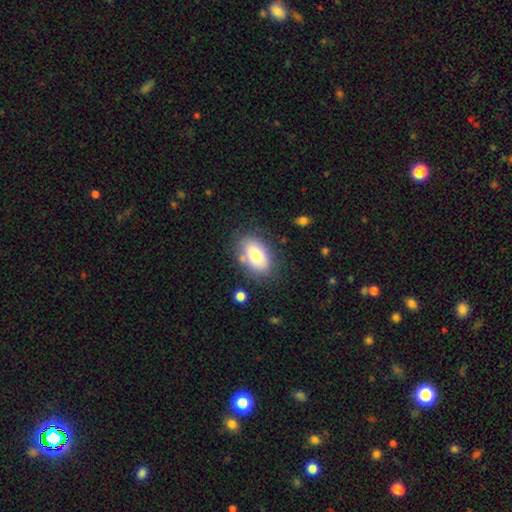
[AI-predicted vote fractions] Smooth or featured?
  - smooth: 76% *
  - featured or disk: 16%
  - star or artifact: 8%
How rounded?
  - in between: 90% *
  - round: 8%
  - cigar-shaped: 2%
Merging?
  - none: 75% *
  - minor disturbance: 15%
  - merger: 5%
  - major disturbance: 5%